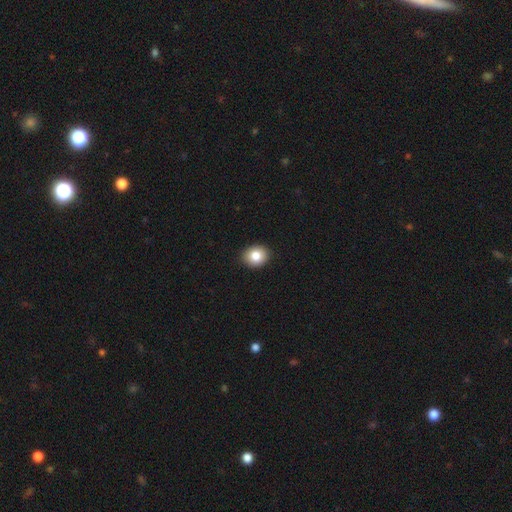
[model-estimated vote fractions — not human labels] Smooth or featured? Predicted: smooth (p=0.84). How rounded? Predicted: round (p=0.57). Merging? Predicted: none (p=0.91).